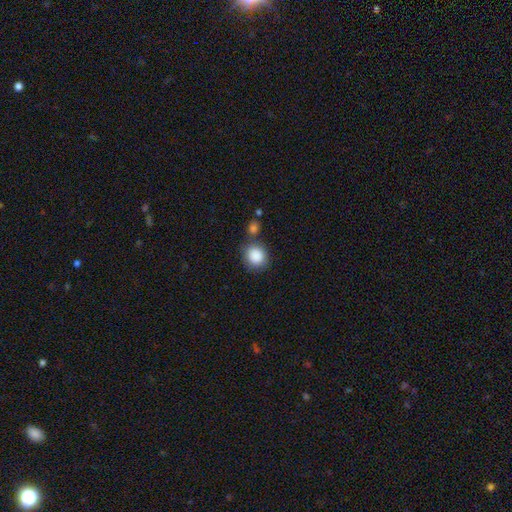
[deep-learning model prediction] Overall: smooth (88%). How rounded: round (77%). Merging: none (69%).